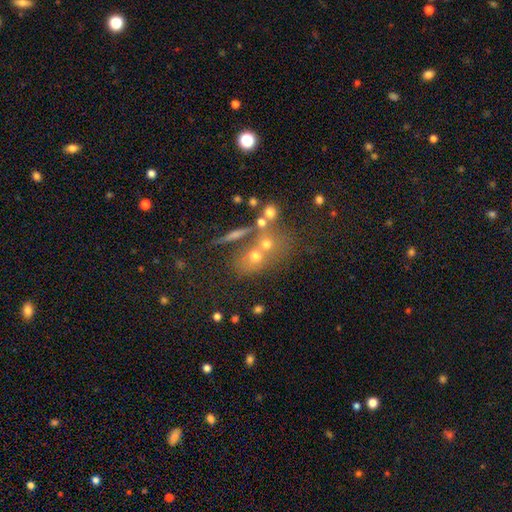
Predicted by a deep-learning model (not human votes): Smooth or featured? Predicted: smooth (p=0.49). Merging? Predicted: none (p=0.41).